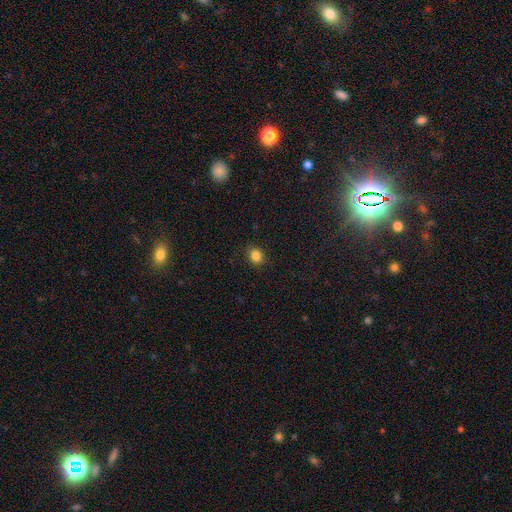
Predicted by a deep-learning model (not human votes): The model was most divided on "how rounded": round: 63%, in between: 36%, cigar-shaped: 1%. More confident: merging — none (87%); smooth or featured — smooth (84%).